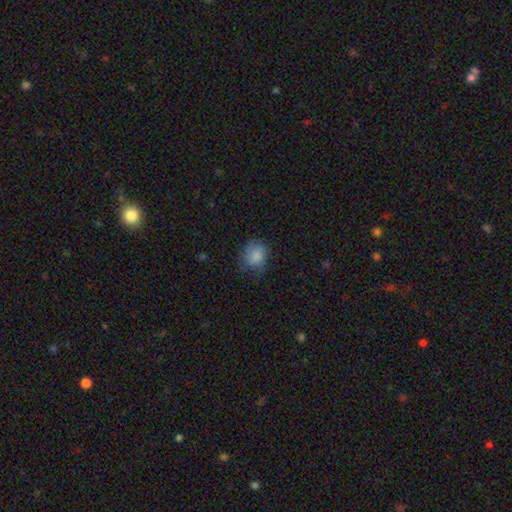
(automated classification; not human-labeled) Smooth or featured? smooth (84%)
How rounded? round (59%)
Merging? none (62%)